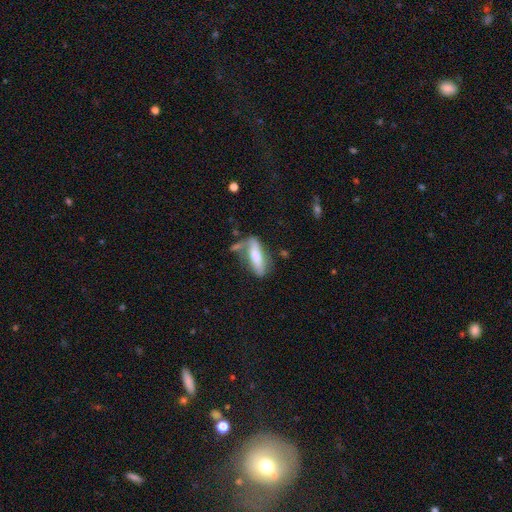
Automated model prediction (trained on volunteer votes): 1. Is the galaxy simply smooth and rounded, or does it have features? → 50% smooth, 44% featured or disk, 6% star or artifact.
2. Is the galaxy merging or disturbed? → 55% none, 22% minor disturbance, 12% merger, 11% major disturbance.